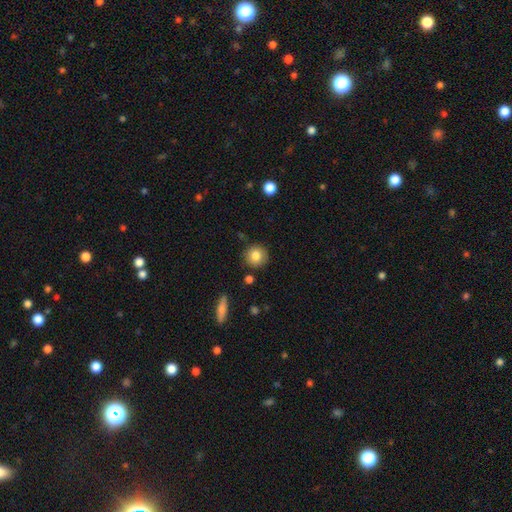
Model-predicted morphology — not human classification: Smooth or featured? smooth (82%)
How rounded? round (91%)
Merging? none (86%)